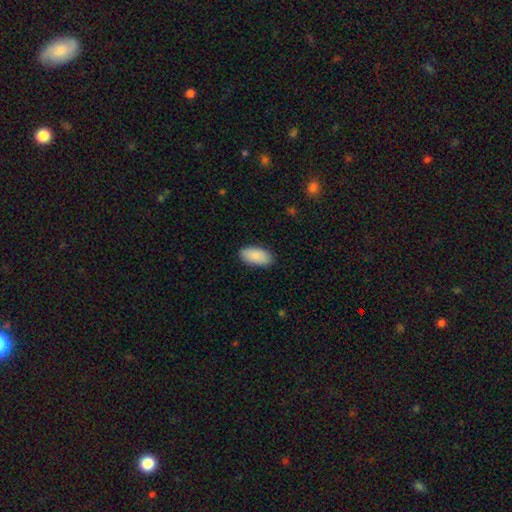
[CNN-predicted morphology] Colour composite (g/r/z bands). It shows a smooth galaxy with no disk features (89%) that is in between round and cigar-shaped (95%). Merging: none (88%).